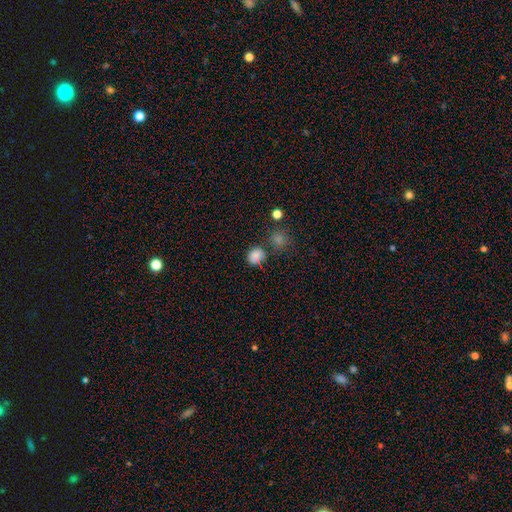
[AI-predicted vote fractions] Morphology: type=smooth (80%); roundness=round (62%); merging=none (66%).